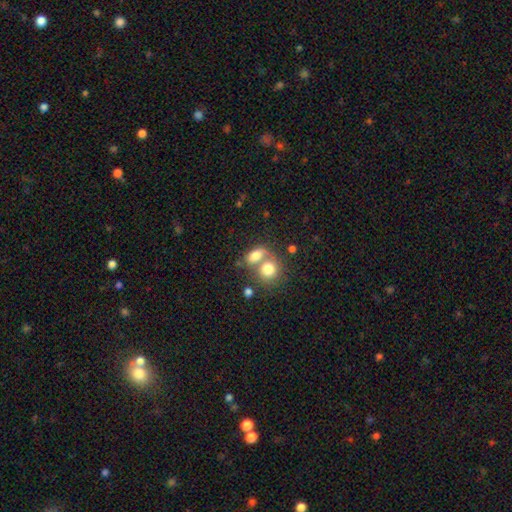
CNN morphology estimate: The model was most divided on "merging": merger: 56%, none: 29%, minor disturbance: 9%, major disturbance: 5%. More confident: smooth or featured — smooth (76%); how rounded — in between (69%).